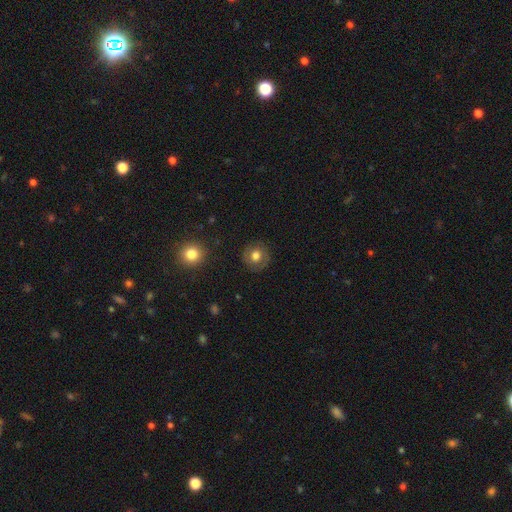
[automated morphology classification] type=smooth (64%); roundness=round (89%); merging=none (85%).